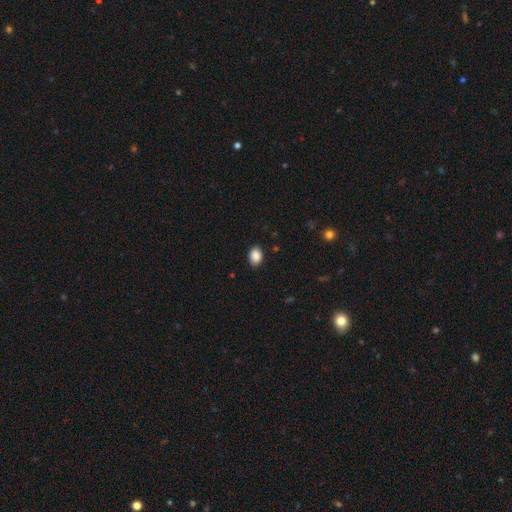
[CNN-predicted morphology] This is clearly a smooth galaxy (89%). How rounded: likely in between (76%). Merging: clearly none (87%).